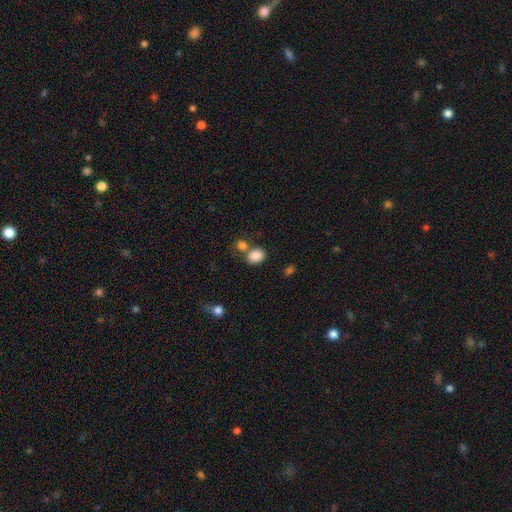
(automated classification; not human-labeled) Smooth or featured?
  - smooth: 85% *
  - star or artifact: 9%
  - featured or disk: 6%
How rounded?
  - in between: 59% *
  - round: 40%
  - cigar-shaped: 1%
Merging?
  - none: 54% *
  - merger: 29%
  - minor disturbance: 12%
  - major disturbance: 5%